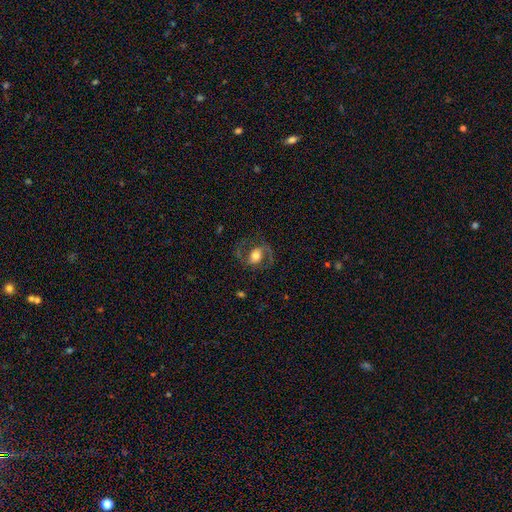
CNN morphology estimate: Smooth or featured?
  - featured or disk: 75% *
  - smooth: 18%
  - star or artifact: 7%
Edge-on disk?
  - no: 97% *
  - yes: 3%
Bar?
  - no: 42% *
  - weak: 37%
  - strong: 21%
Spiral arms?
  - yes: 90% *
  - no: 10%
Spiral winding?
  - medium: 58% *
  - loose: 27%
  - tight: 15%
Spiral arm count?
  - 2: 91% *
  - can't tell: 3%
  - 1: 3%
  - 3: 1%
  - 4: 1%
  - more than 4: 1%
Bulge size?
  - moderate: 56% *
  - large: 28%
  - small: 11%
  - dominant: 3%
  - none: 2%
Merging?
  - none: 72% *
  - minor disturbance: 14%
  - major disturbance: 13%
  - merger: 1%